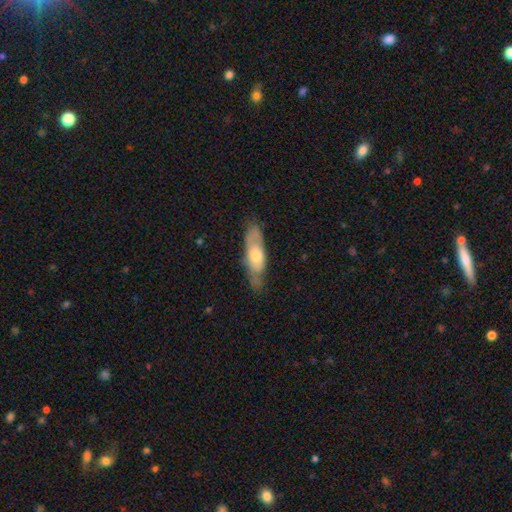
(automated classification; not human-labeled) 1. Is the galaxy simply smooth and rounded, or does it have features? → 49% featured or disk, 45% smooth, 6% star or artifact.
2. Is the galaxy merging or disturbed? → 73% none, 21% minor disturbance, 5% major disturbance, 1% merger.